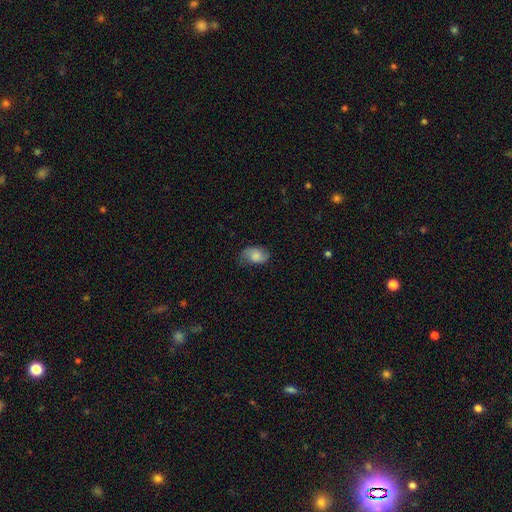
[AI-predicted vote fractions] Q: Smooth or featured?
A: smooth (61%); runner-up: featured or disk (30%)
Q: How rounded?
A: in between (84%); runner-up: round (14%)
Q: Merging?
A: none (66%); runner-up: minor disturbance (25%)